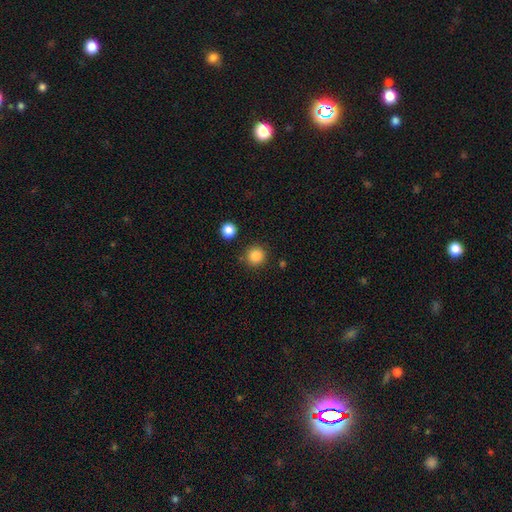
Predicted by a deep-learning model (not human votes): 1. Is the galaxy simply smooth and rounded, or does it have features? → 86% smooth, 10% star or artifact, 4% featured or disk.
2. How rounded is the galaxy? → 94% round, 5% in between, 1% cigar-shaped.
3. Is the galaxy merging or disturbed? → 87% none, 7% minor disturbance, 3% merger, 3% major disturbance.